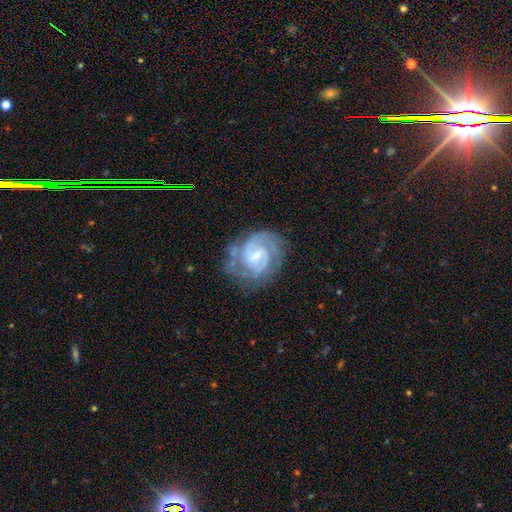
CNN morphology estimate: This is clearly a featured or disk galaxy (87%). It is clearly not viewed edge-on (98%). Bar: possibly weak (57%). Spiral arm pattern: clearly yes (96%). Spiral arm count: likely 2 (61%). Spiral winding: possibly tight (54%). Central bulge: likely small (62%). Merging: likely none (69%).